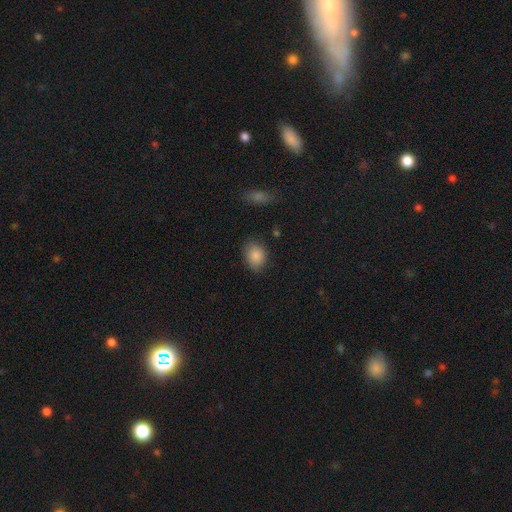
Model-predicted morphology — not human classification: A smooth galaxy with no disk features (87%) that is in between round and cigar-shaped (62%). Merging: none (77%).